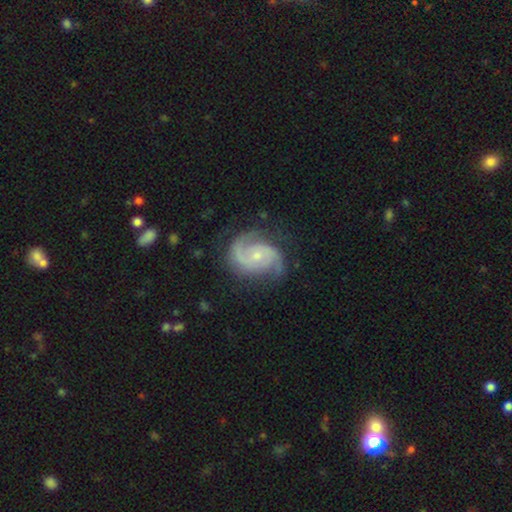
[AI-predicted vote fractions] smooth_or_featured: featured or disk (p=0.89) [alt: smooth p=0.06]
disk_edge_on: no (p=0.98) [alt: yes p=0.02]
bar: no (p=0.63) [alt: weak p=0.30]
has_spiral_arms: yes (p=0.98) [alt: no p=0.02]
spiral_winding: medium (p=0.54) [alt: tight p=0.29]
spiral_arm_count: 2 (p=0.83) [alt: 3 p=0.07]
bulge_size: small (p=0.68) [alt: moderate p=0.28]
merging: none (p=0.74) [alt: minor disturbance p=0.18]